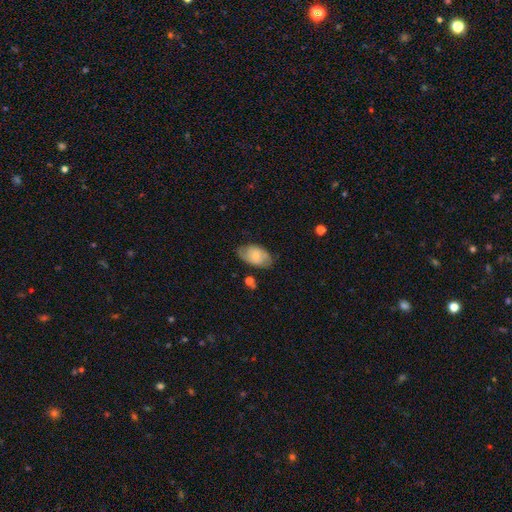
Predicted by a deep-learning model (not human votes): Smooth or featured? smooth (63%)
How rounded? in between (92%)
Merging? none (70%)